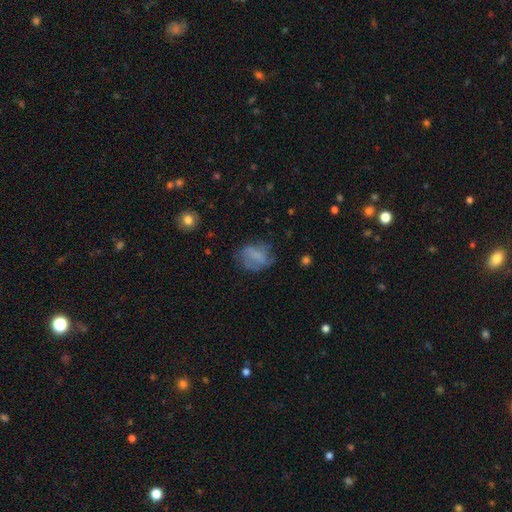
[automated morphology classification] smooth 55%, featured or disk 33%, star or artifact 11%. Down the decision tree: how rounded — in between (57%); merging — none (54%).